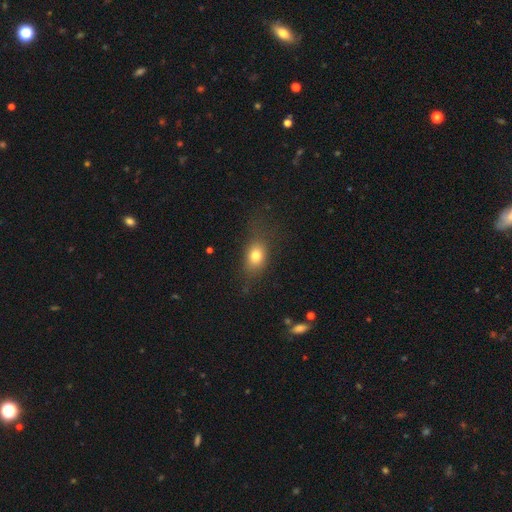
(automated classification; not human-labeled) A smooth galaxy with no disk features (77%) that is in between round and cigar-shaped (68%). Merging: none (65%).